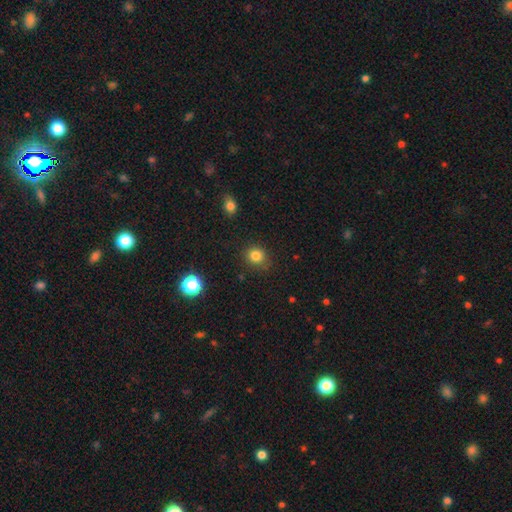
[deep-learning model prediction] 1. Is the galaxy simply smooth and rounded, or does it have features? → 82% smooth, 13% star or artifact, 5% featured or disk.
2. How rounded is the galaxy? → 84% round, 15% in between, 1% cigar-shaped.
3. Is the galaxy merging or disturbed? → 85% none, 11% minor disturbance, 3% major disturbance, 2% merger.